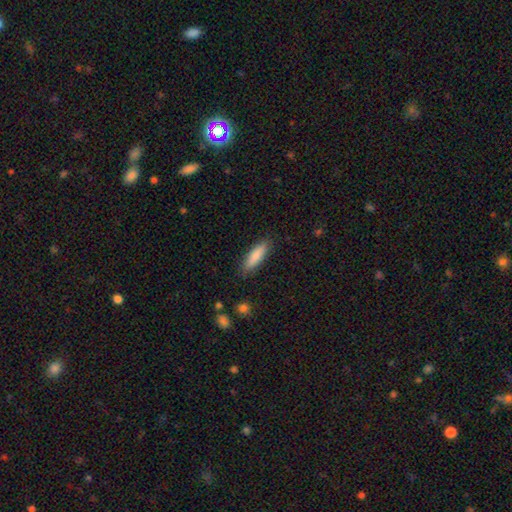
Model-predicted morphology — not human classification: smooth 84%, featured or disk 11%, star or artifact 6%. Down the decision tree: how rounded — cigar-shaped (56%); merging — none (86%).